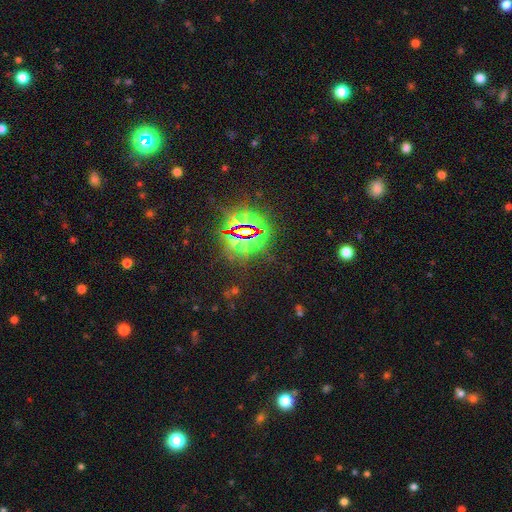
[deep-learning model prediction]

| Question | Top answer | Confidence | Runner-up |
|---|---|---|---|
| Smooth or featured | star or artifact | 83% | smooth (11%) |